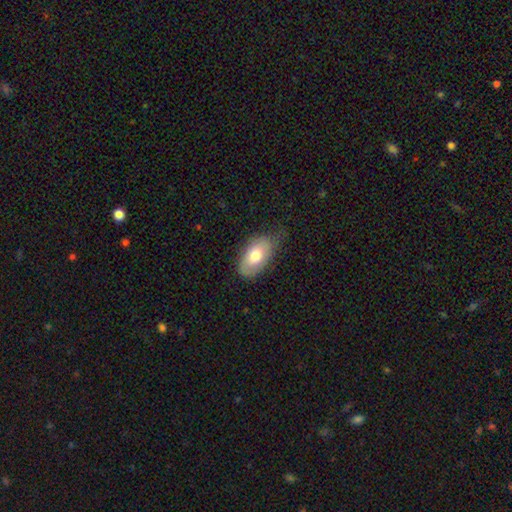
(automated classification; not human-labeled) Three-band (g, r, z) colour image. It shows a smooth galaxy with no disk features (72%) that is in between round and cigar-shaped (93%). Merging: none (58%).